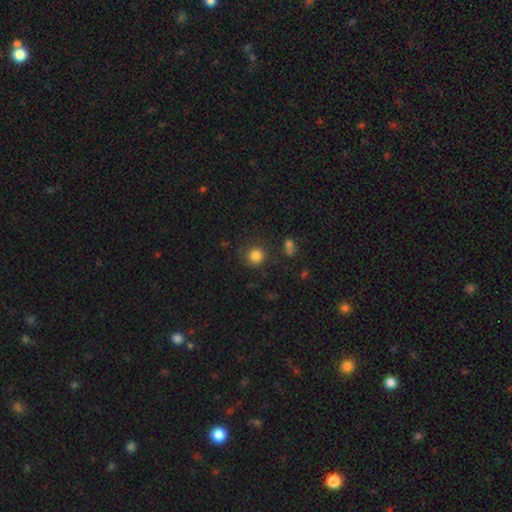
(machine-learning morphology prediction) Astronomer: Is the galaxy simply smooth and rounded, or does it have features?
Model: smooth — 83%.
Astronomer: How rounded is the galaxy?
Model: round — 92%.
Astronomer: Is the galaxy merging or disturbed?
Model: none — 83%.